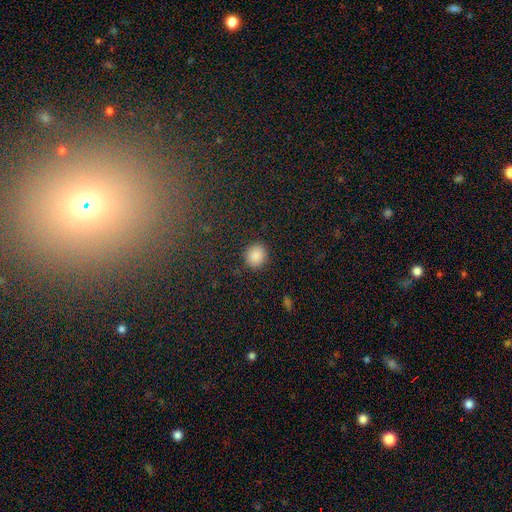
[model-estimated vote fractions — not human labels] Overall: smooth (87%). How rounded: round (82%). Merging: none (89%).